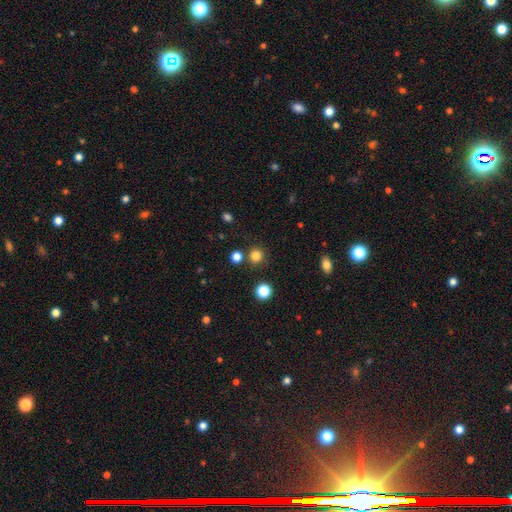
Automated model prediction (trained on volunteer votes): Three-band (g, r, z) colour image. It shows a smooth galaxy with no disk features (81%) that is round (93%). Merging: none (83%).